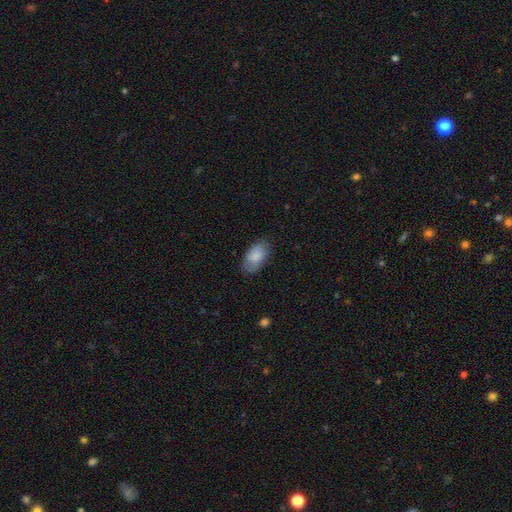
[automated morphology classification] This appears to be a smooth galaxy with no disk features (84%) that is in between round and cigar-shaped (94%). Merging: none (80%).